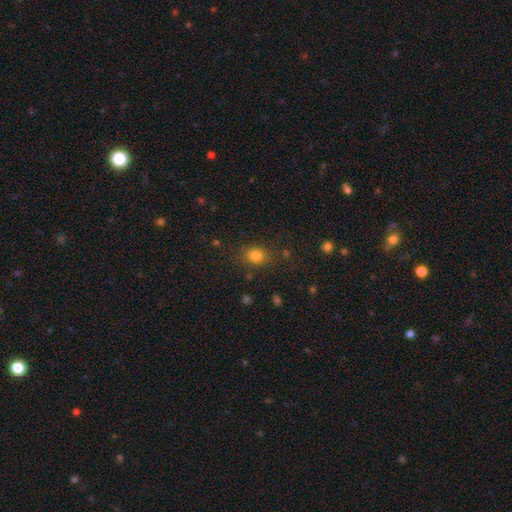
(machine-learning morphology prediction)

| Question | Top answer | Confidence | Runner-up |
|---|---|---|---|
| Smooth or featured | smooth | 81% | star or artifact (13%) |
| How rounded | round | 53% | in between (46%) |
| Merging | none | 80% | minor disturbance (13%) |